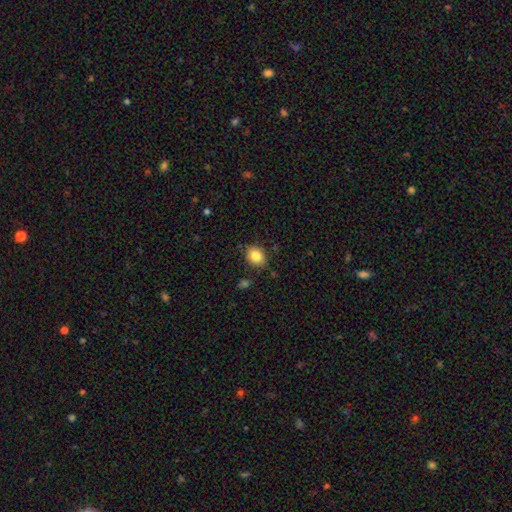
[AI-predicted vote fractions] Smooth or featured?
  - smooth: 84% *
  - star or artifact: 9%
  - featured or disk: 7%
How rounded?
  - in between: 56% *
  - round: 43%
  - cigar-shaped: 1%
Merging?
  - none: 82% *
  - minor disturbance: 13%
  - major disturbance: 3%
  - merger: 2%